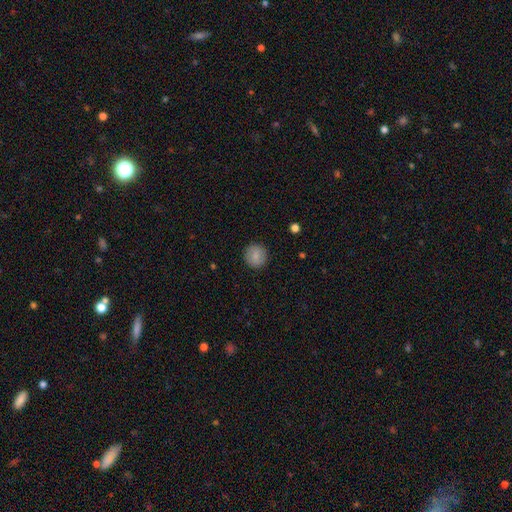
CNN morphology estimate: Q: Smooth or featured?
A: smooth (82%); runner-up: featured or disk (10%)
Q: How rounded?
A: round (92%); runner-up: in between (7%)
Q: Merging?
A: none (90%); runner-up: minor disturbance (6%)